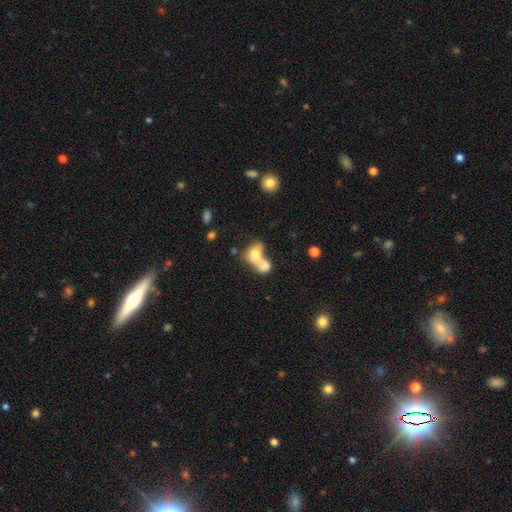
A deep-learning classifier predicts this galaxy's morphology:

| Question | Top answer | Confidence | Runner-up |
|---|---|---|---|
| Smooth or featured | smooth | 61% | featured or disk (28%) |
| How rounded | in between | 67% | round (29%) |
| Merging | merger | 71% | none (14%) |